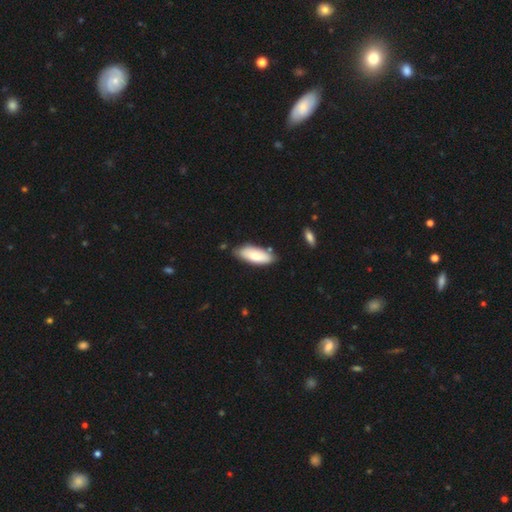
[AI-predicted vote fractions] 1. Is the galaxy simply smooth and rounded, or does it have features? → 76% smooth, 19% featured or disk, 5% star or artifact.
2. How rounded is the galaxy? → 75% in between, 24% cigar-shaped, 2% round.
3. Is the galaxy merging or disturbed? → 77% none, 16% minor disturbance, 4% merger, 3% major disturbance.